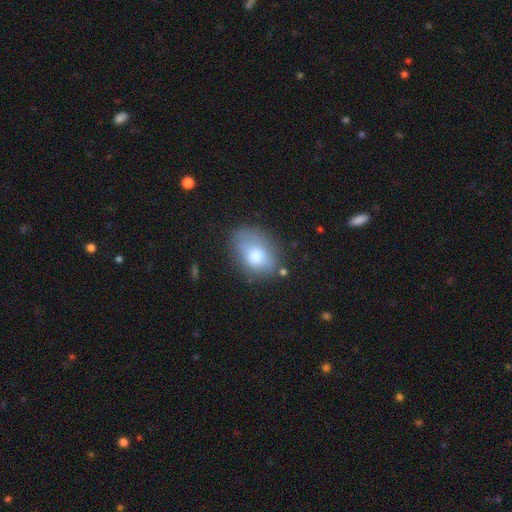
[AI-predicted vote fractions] Morphology: type=smooth (73%); roundness=in between (81%); merging=none (62%).